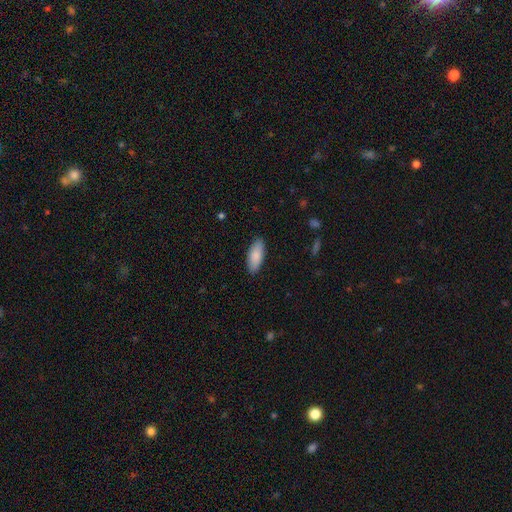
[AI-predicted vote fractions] smooth_or_featured: smooth (p=0.87) [alt: featured or disk p=0.08]
how_rounded: in between (p=0.80) [alt: cigar-shaped p=0.18]
merging: none (p=0.88) [alt: minor disturbance p=0.09]